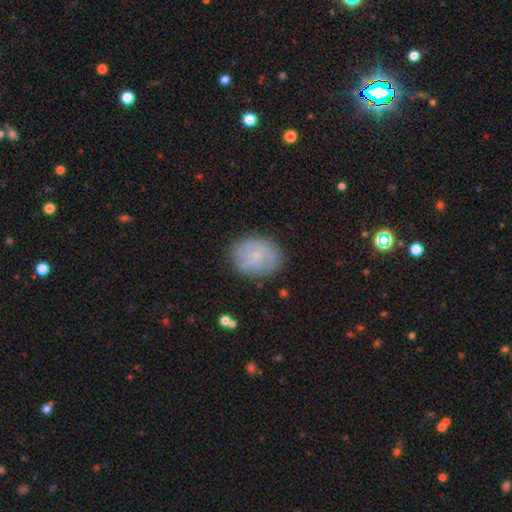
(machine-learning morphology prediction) A smooth galaxy with no disk features (55%) that is round (65%). Merging: none (82%).